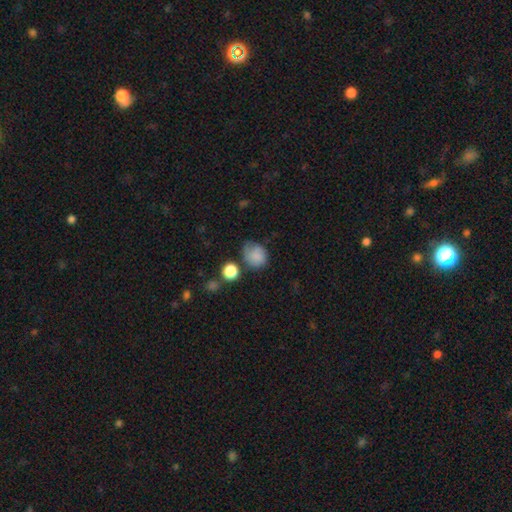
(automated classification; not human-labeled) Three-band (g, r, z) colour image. It shows a smooth galaxy with no disk features (78%) that is round (63%). Merging: none (50%).